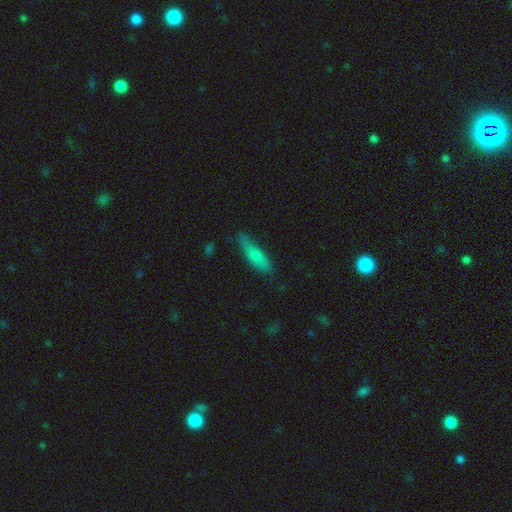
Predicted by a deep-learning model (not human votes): Smooth or featured? Predicted: smooth (p=0.72). How rounded? Predicted: cigar-shaped (p=0.56). Merging? Predicted: none (p=0.59).